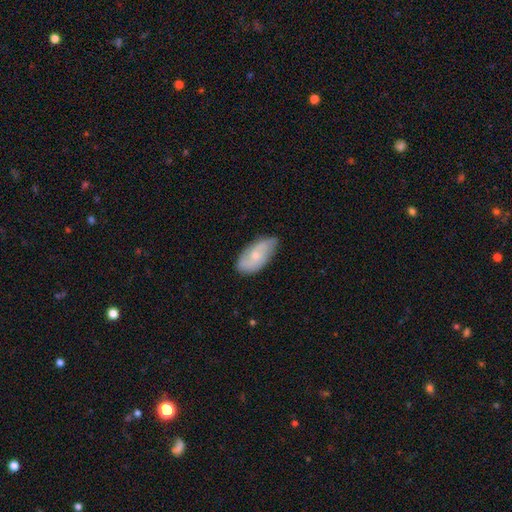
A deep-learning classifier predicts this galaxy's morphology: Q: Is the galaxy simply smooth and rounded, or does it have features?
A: smooth — 49%.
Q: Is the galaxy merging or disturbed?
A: none — 67%.